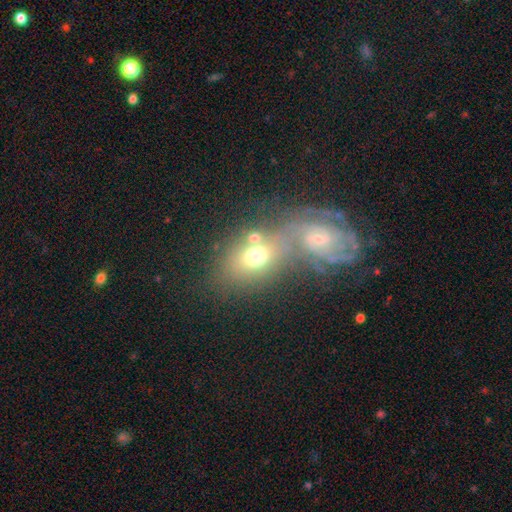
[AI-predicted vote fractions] Smooth or featured? smooth (54%)
How rounded? in between (66%)
Merging? merger (50%)